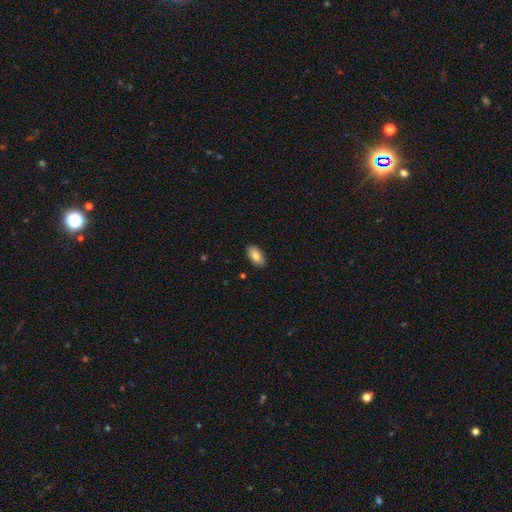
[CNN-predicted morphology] Smooth or featured? Predicted: smooth (p=0.79). How rounded? Predicted: in between (p=0.93). Merging? Predicted: none (p=0.88).